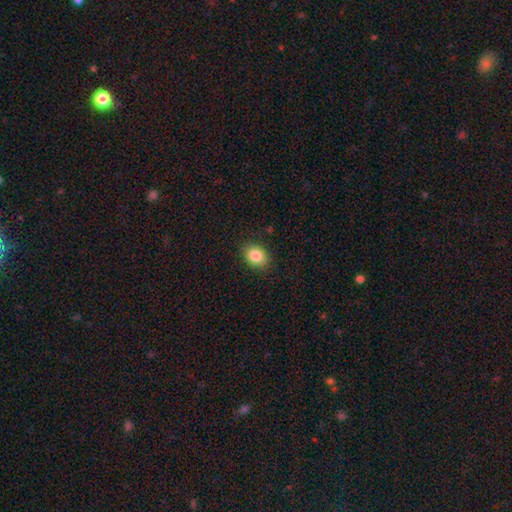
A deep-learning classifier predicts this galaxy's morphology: smooth_or_featured: smooth (p=0.85) [alt: star or artifact p=0.08]
how_rounded: in between (p=0.63) [alt: round p=0.36]
merging: none (p=0.87) [alt: minor disturbance p=0.09]